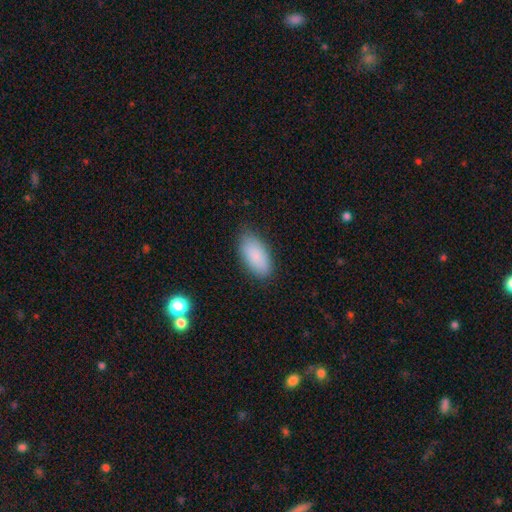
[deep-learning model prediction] smooth-or-featured: smooth: 87% | star or artifact: 7% | featured or disk: 6%
  how-rounded: in between: 92% | cigar-shaped: 5% | round: 3%
  merging: none: 83% | minor disturbance: 13% | major disturbance: 3% | merger: 1%